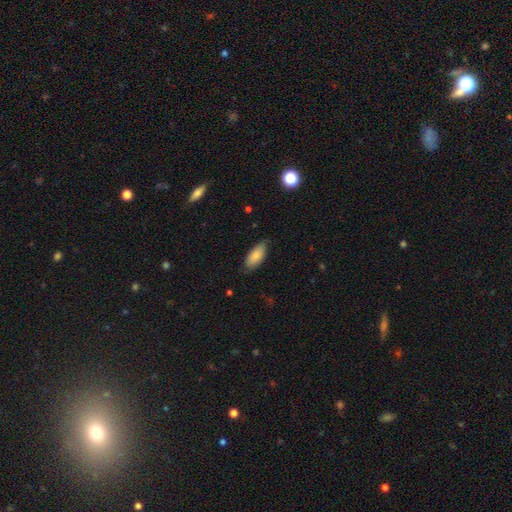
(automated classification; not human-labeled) A smooth galaxy with no disk features (84%) that is in between round and cigar-shaped (88%).

Vote fractions:
- Smooth or featured? smooth: 84% / featured or disk: 10% / star or artifact: 6%
- How rounded? in between: 88% / cigar-shaped: 11% / round: 2%
- Merging? none: 73% / minor disturbance: 23% / major disturbance: 3% / merger: 1%